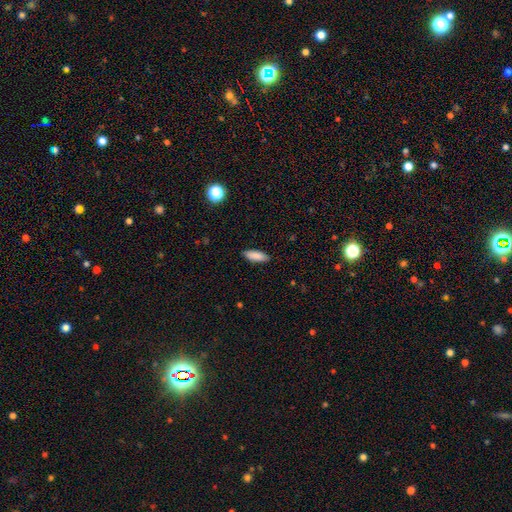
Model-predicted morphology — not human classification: type=smooth (87%); roundness=in between (64%); merging=none (88%).